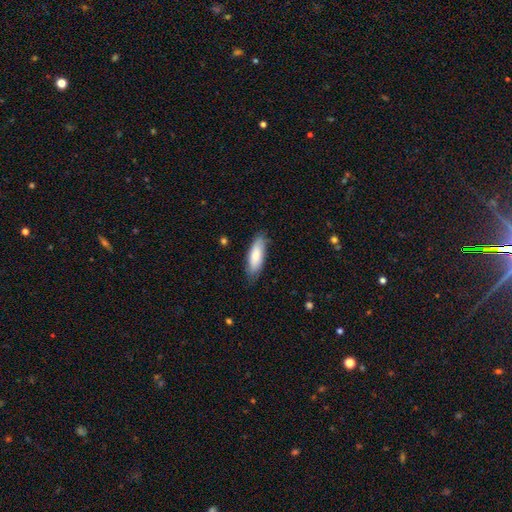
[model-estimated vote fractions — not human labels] This appears to be a smooth galaxy with no disk features (79%) that is in between round and cigar-shaped (61%). Merging: none (80%).